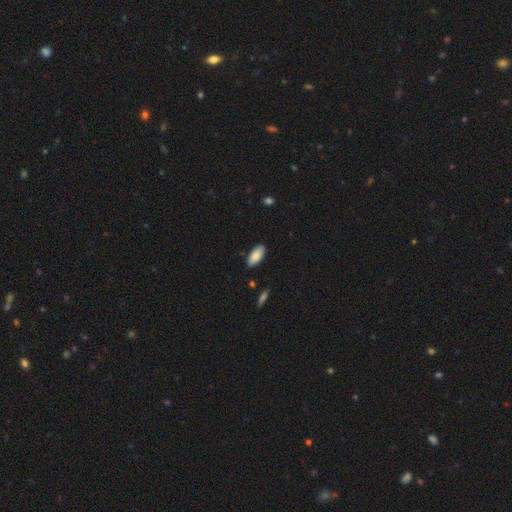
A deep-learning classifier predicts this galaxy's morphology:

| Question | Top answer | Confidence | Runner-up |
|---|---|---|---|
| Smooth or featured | smooth | 87% | featured or disk (7%) |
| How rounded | in between | 90% | cigar-shaped (8%) |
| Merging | none | 87% | minor disturbance (10%) |